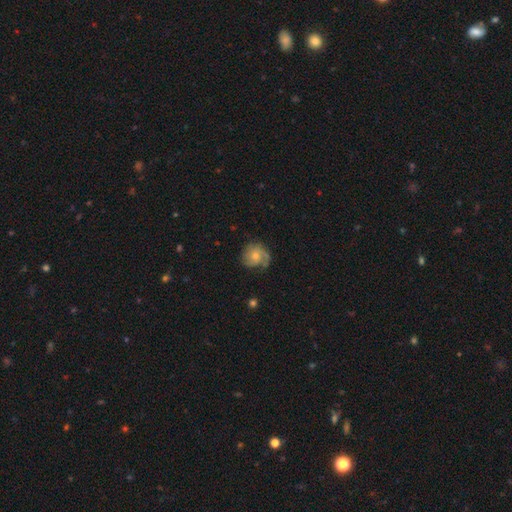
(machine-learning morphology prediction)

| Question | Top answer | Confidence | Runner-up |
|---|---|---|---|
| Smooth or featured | featured or disk | 57% | smooth (35%) |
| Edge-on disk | no | 98% | yes (2%) |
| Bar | no | 78% | weak (20%) |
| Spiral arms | yes | 85% | no (15%) |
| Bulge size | moderate | 51% | small (42%) |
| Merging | none | 61% | minor disturbance (25%) |